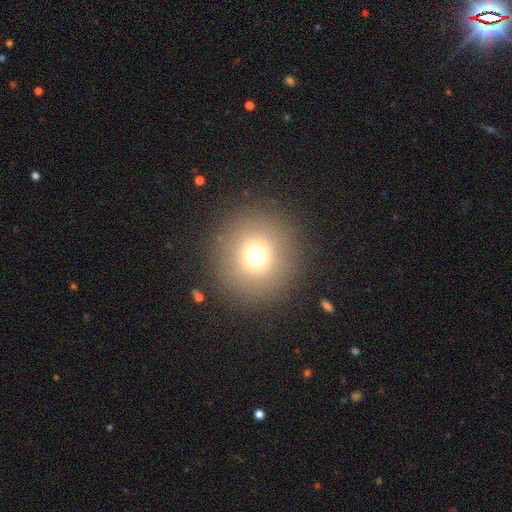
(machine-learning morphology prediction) smooth-or-featured: smooth: 69% | star or artifact: 20% | featured or disk: 10%
  how-rounded: round: 96% | in between: 3% | cigar-shaped: 1%
  merging: none: 90% | minor disturbance: 5% | major disturbance: 4% | merger: 1%